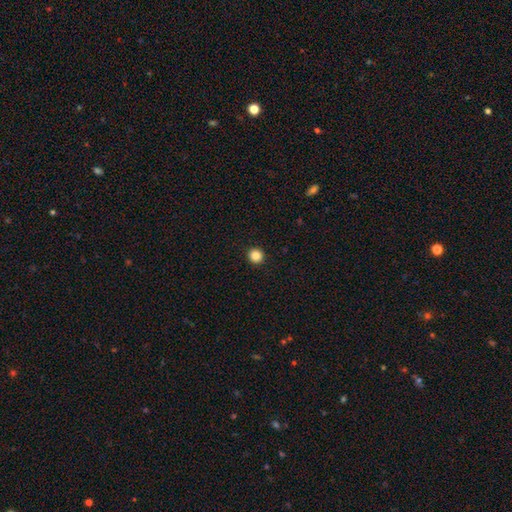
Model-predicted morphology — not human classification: smooth-or-featured: smooth: 85% | star or artifact: 11% | featured or disk: 4%
  how-rounded: round: 95% | in between: 4% | cigar-shaped: 1%
  merging: none: 94% | minor disturbance: 4% | major disturbance: 1% | merger: 1%